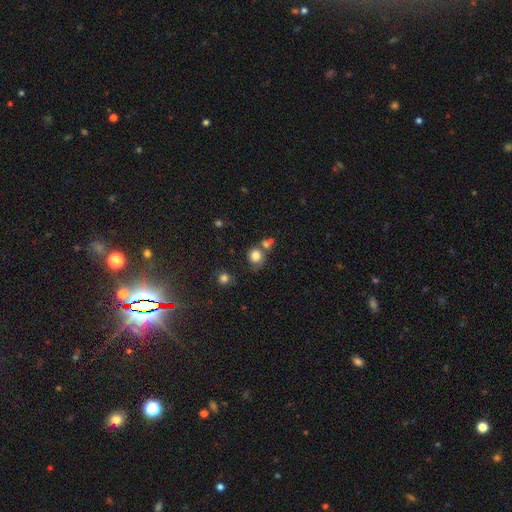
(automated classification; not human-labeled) Overall: smooth (79%). How rounded: round (77%). Merging: none (51%; merger 26%).